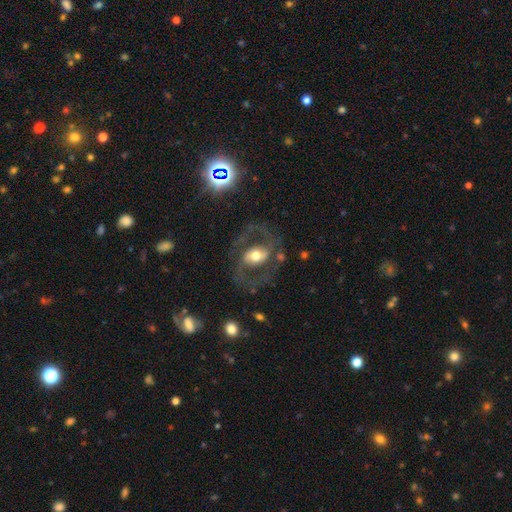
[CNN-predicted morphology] This is likely a featured or disk galaxy (77%). It is clearly not viewed edge-on (96%). Bar: marginally weak (37%). Spiral arm pattern: likely yes (79%). Spiral arm count: clearly 2 (88%). Spiral winding: possibly medium (56%). Central bulge: likely moderate (66%). Merging: likely none (67%).